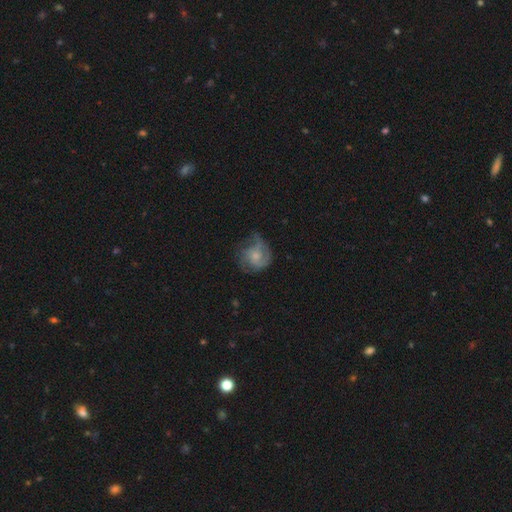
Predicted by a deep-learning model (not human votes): smooth_or_featured: featured or disk (p=0.59) [alt: smooth p=0.34]
disk_edge_on: no (p=0.98) [alt: yes p=0.02]
bar: no (p=0.76) [alt: weak p=0.21]
has_spiral_arms: yes (p=0.81) [alt: no p=0.19]
bulge_size: small (p=0.47) [alt: moderate p=0.38]
merging: none (p=0.49) [alt: minor disturbance p=0.28]